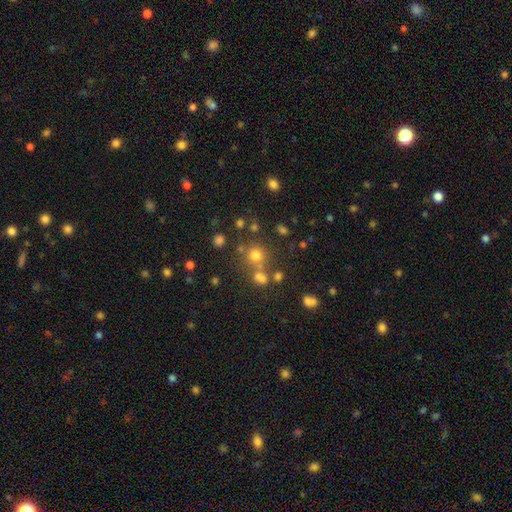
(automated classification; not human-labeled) This appears to be a smooth galaxy with no disk features (66%) that is round (90%). Merging: none (67%).